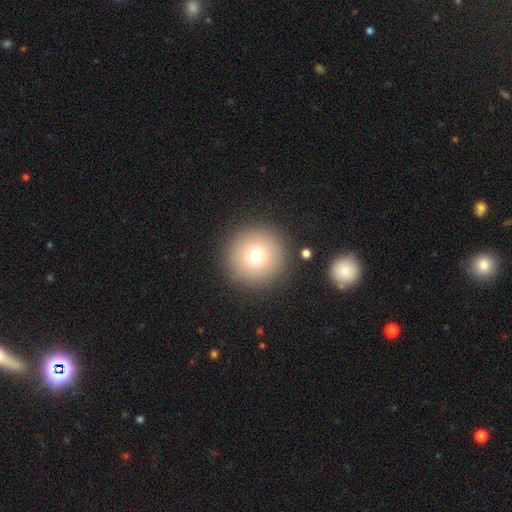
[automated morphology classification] type=smooth (72%); roundness=round (96%); merging=none (90%).